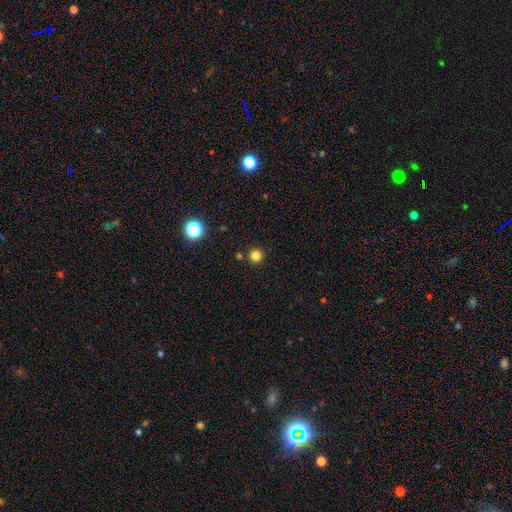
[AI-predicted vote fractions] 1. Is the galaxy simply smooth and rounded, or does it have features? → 80% smooth, 15% star or artifact, 4% featured or disk.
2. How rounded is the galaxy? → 96% round, 3% in between, 1% cigar-shaped.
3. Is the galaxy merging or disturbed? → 90% none, 5% minor disturbance, 4% merger, 2% major disturbance.